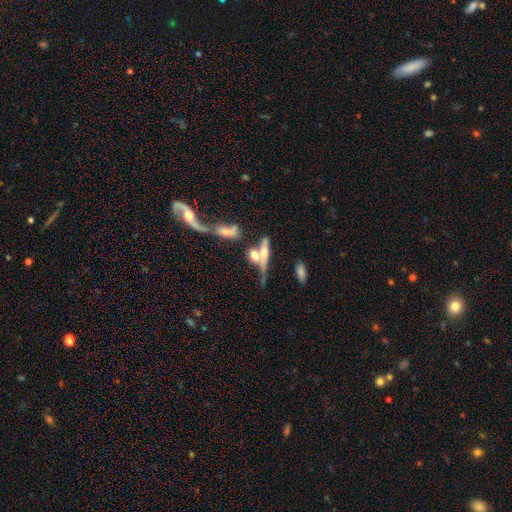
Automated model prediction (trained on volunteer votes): Overall: smooth (47%; featured or disk 42%). Merging: merger (52%; none 25%).